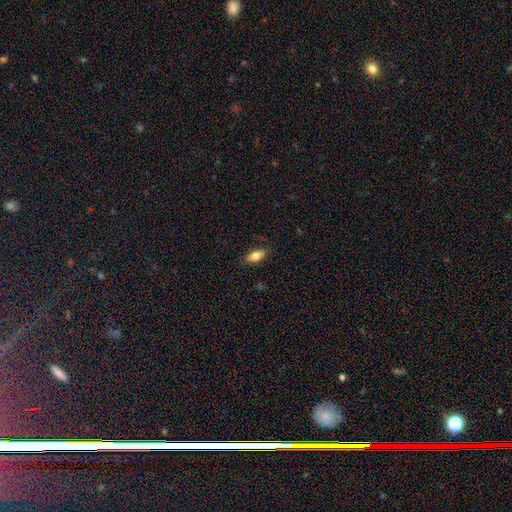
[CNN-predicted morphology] Overall: smooth (79%). How rounded: in between (86%). Merging: none (84%).